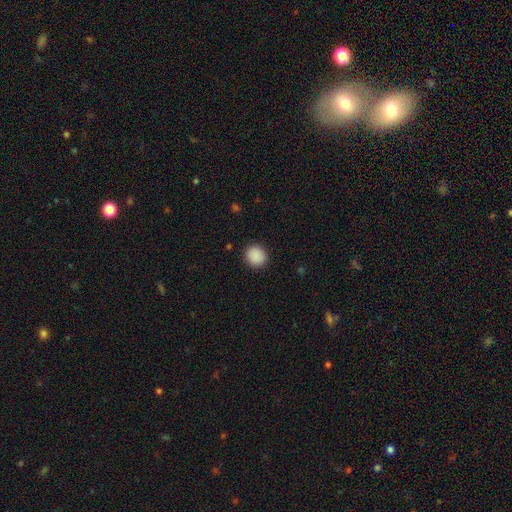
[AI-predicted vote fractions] Overall: smooth (89%). How rounded: round (87%). Merging: none (91%).